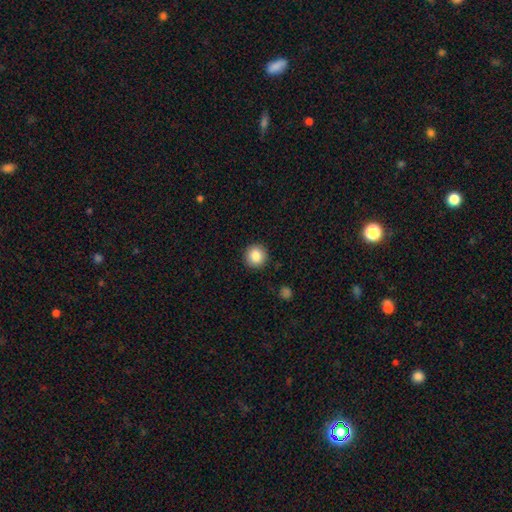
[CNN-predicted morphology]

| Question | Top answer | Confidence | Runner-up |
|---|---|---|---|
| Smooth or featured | smooth | 85% | star or artifact (9%) |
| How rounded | round | 94% | in between (5%) |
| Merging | none | 92% | minor disturbance (5%) |